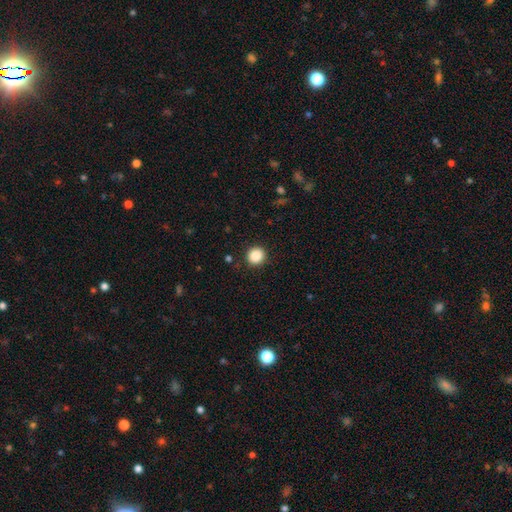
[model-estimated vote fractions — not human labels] smooth-or-featured: smooth: 87% | star or artifact: 10% | featured or disk: 3%
  how-rounded: round: 92% | in between: 7% | cigar-shaped: 1%
  merging: none: 91% | minor disturbance: 6% | major disturbance: 2% | merger: 1%